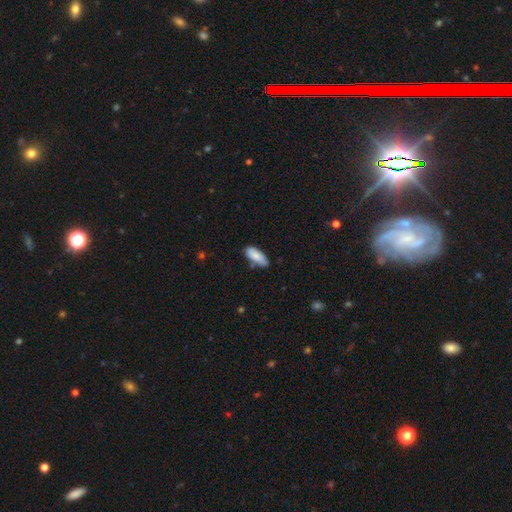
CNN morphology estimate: smooth_or_featured: smooth (p=0.85) [alt: featured or disk p=0.09]
how_rounded: in between (p=0.80) [alt: cigar-shaped p=0.18]
merging: none (p=0.70) [alt: minor disturbance p=0.22]